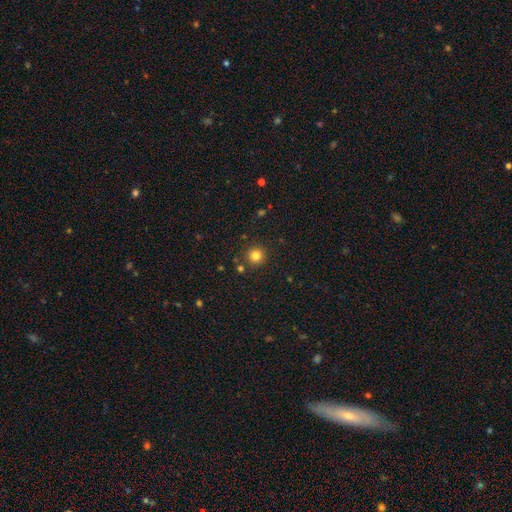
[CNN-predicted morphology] The model was most divided on "smooth or featured": smooth: 82%, star or artifact: 13%, featured or disk: 5%. More confident: how rounded — round (95%); merging — none (89%).